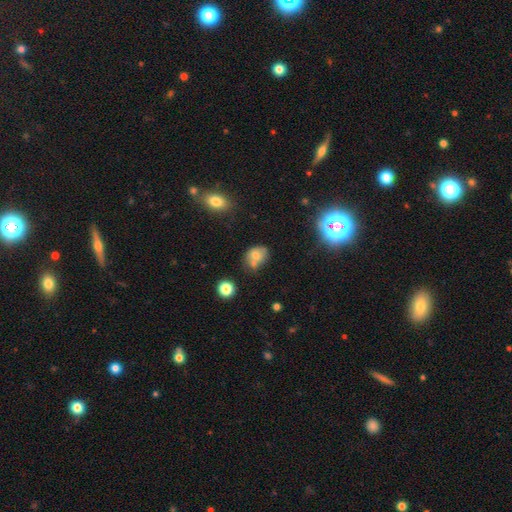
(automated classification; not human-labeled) A smooth galaxy with no disk features (64%) that is in between round and cigar-shaped (59%).

Vote fractions:
- Smooth or featured? smooth: 64% / featured or disk: 20% / star or artifact: 16%
- How rounded? in between: 59% / round: 40% / cigar-shaped: 1%
- Merging? none: 44% / merger: 31% / minor disturbance: 19% / major disturbance: 7%